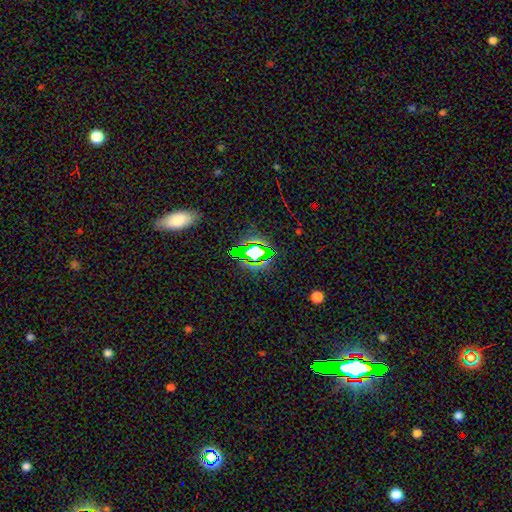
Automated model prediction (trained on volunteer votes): Smooth or featured? Predicted: star or artifact (p=0.65).